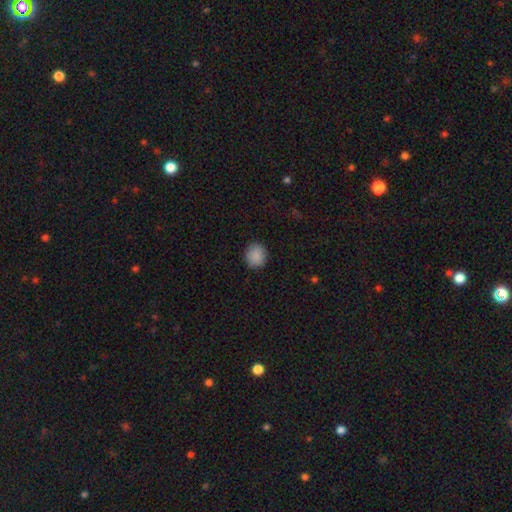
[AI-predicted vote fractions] This is clearly a smooth galaxy (89%). How rounded: clearly round (87%). Merging: clearly none (90%).